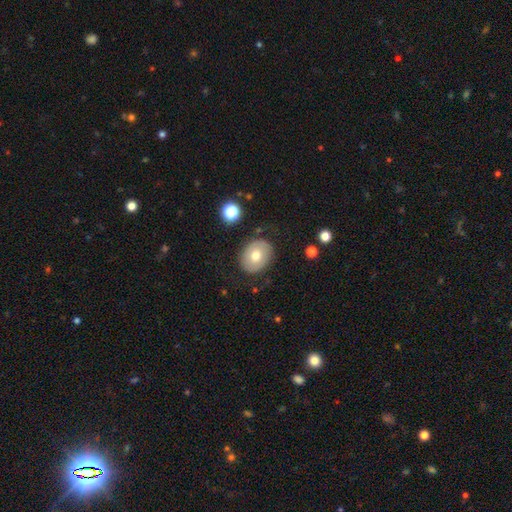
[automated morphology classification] A smooth galaxy with no disk features (64%) that is round (51%). Merging: none (82%).